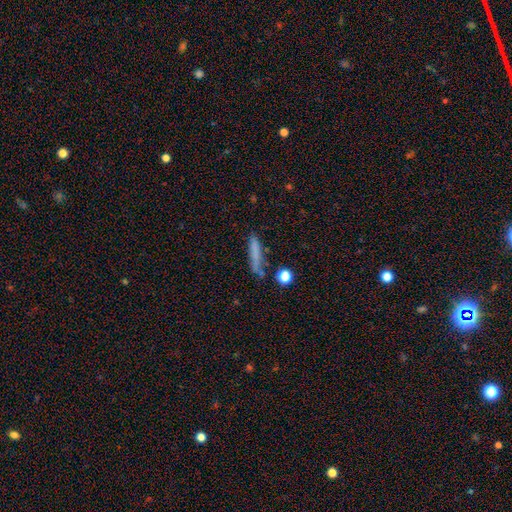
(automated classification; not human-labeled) smooth_or_featured: smooth (p=0.71) [alt: featured or disk p=0.18]
how_rounded: cigar-shaped (p=0.85) [alt: in between p=0.12]
merging: none (p=0.68) [alt: minor disturbance p=0.19]